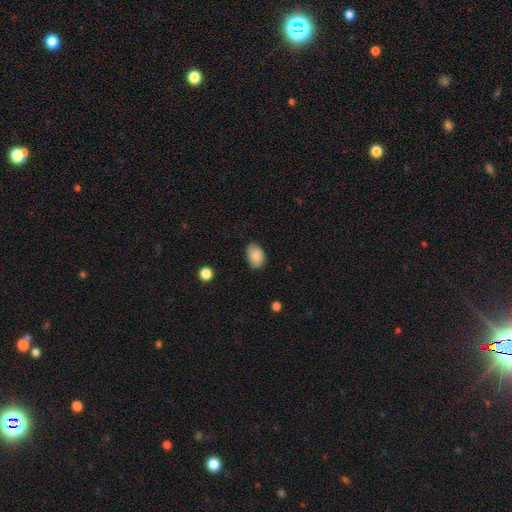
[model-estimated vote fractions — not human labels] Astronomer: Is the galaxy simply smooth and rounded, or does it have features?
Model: smooth — 84%.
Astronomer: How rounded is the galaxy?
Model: in between — 85%.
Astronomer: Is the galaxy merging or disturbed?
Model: none — 75%.